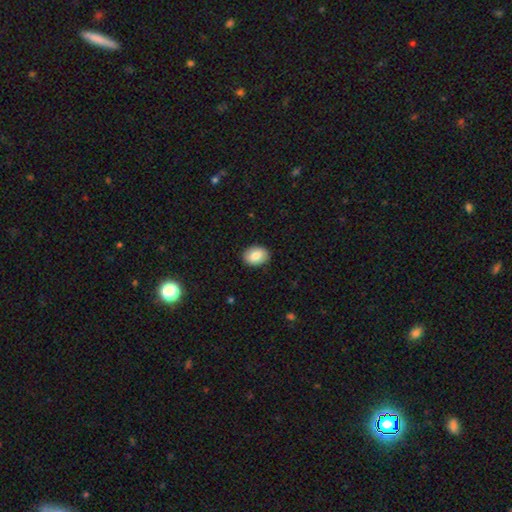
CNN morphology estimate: type=smooth (83%); roundness=in between (69%); merging=none (90%).